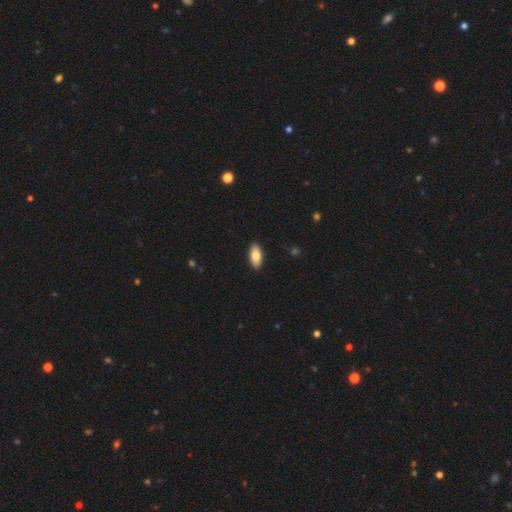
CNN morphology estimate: This appears to be a smooth galaxy with no disk features (82%) that is in between round and cigar-shaped (88%). Merging: none (91%).